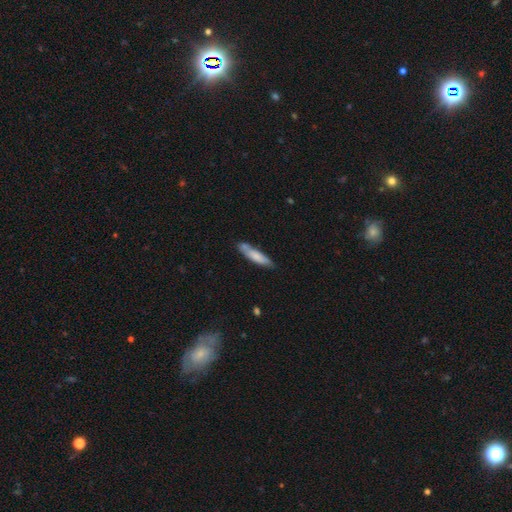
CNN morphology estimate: A smooth galaxy with no disk features (72%) that is cigar-shaped (79%).

Vote fractions:
- Smooth or featured? smooth: 72% / featured or disk: 23% / star or artifact: 6%
- How rounded? cigar-shaped: 79% / in between: 20% / round: 1%
- Merging? none: 68% / minor disturbance: 20% / merger: 9% / major disturbance: 4%